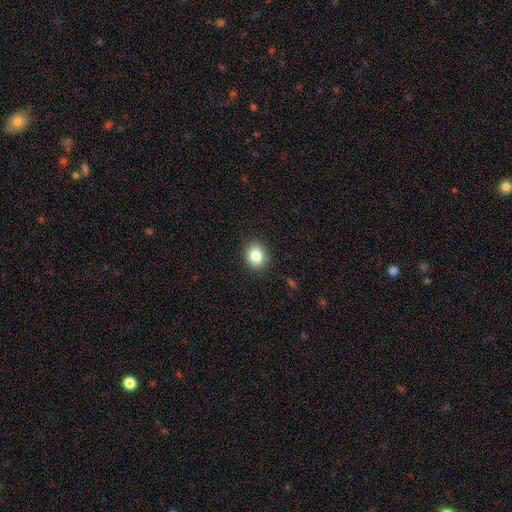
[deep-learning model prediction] Smooth or featured: smooth — 84% (star or artifact — 10%)
How rounded: round — 59% (in between — 40%)
Merging: none — 88% (minor disturbance — 8%)